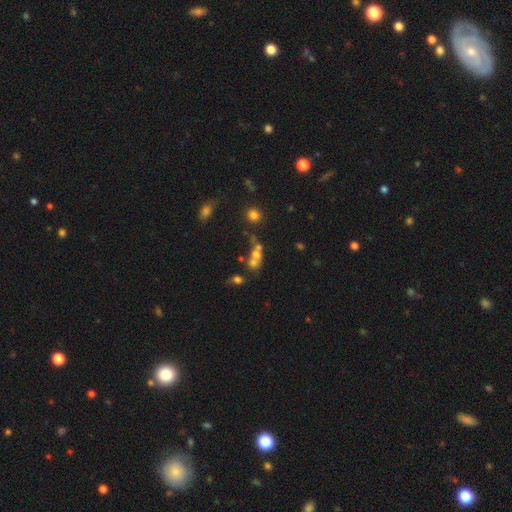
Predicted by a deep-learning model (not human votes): Smooth or featured? smooth (54%)
How rounded? round (50%)
Merging? merger (57%)